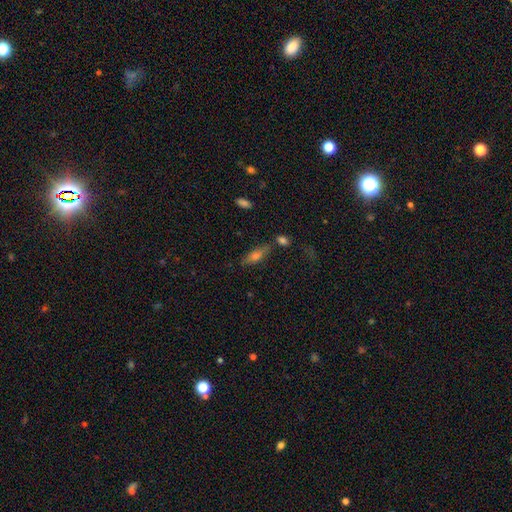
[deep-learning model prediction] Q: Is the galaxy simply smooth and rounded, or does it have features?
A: smooth — 54%.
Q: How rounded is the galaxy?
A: in between — 54%.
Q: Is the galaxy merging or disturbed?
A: none — 67%.